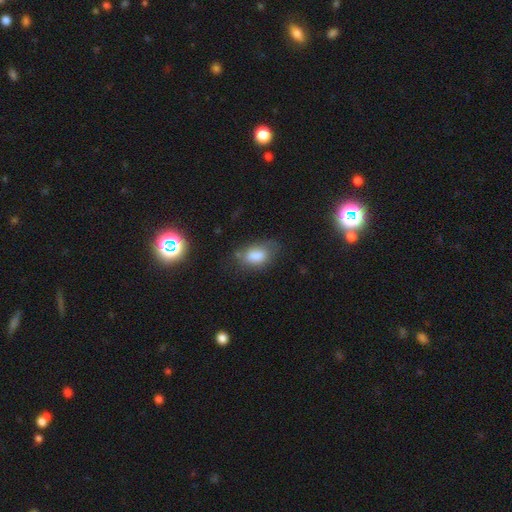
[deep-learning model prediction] Morphology: type=smooth (79%); roundness=in between (89%); merging=none (56%).